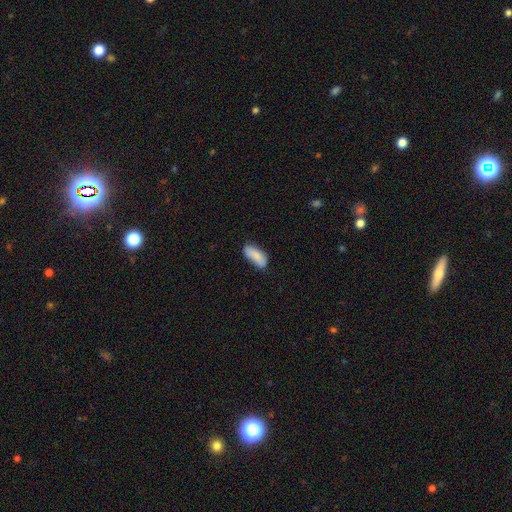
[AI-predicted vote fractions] A smooth galaxy with no disk features (83%) that is in between round and cigar-shaped (82%).

Vote fractions:
- Smooth or featured? smooth: 83% / featured or disk: 10% / star or artifact: 7%
- How rounded? in between: 82% / cigar-shaped: 16% / round: 2%
- Merging? none: 64% / minor disturbance: 27% / major disturbance: 6% / merger: 4%